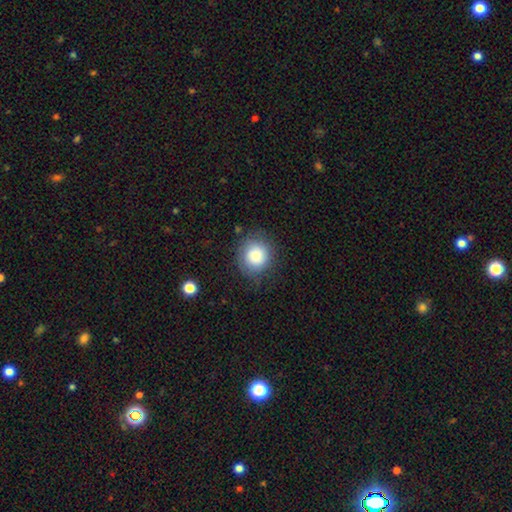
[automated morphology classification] smooth-or-featured: smooth: 81% | featured or disk: 11% | star or artifact: 8%
  how-rounded: round: 87% | in between: 12% | cigar-shaped: 1%
  merging: none: 76% | minor disturbance: 17% | major disturbance: 6% | merger: 2%